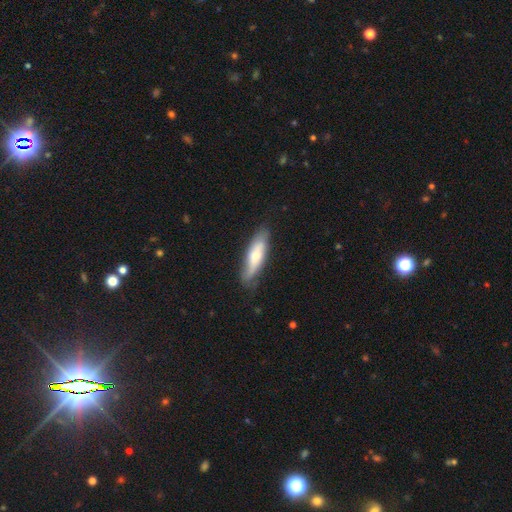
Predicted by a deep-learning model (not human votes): Smooth or featured?
  - smooth: 58% *
  - featured or disk: 37%
  - star or artifact: 6%
How rounded?
  - cigar-shaped: 57% *
  - in between: 41%
  - round: 2%
Merging?
  - none: 74% *
  - minor disturbance: 20%
  - major disturbance: 5%
  - merger: 2%